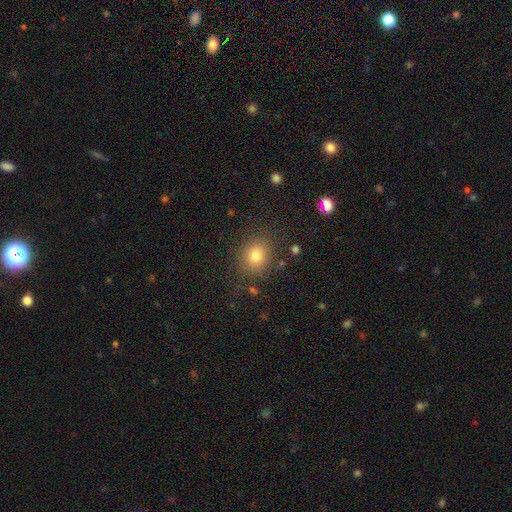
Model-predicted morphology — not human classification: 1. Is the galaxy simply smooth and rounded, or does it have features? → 80% smooth, 13% star or artifact, 8% featured or disk.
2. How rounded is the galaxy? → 71% round, 28% in between, 1% cigar-shaped.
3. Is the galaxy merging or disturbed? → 83% none, 10% minor disturbance, 4% major disturbance, 2% merger.